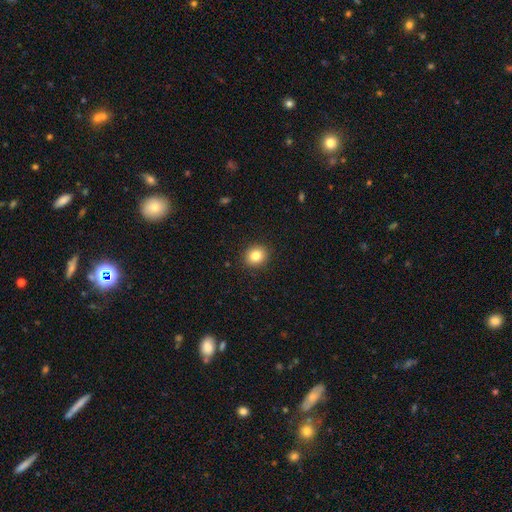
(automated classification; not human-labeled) Smooth or featured? Predicted: smooth (p=0.83). How rounded? Predicted: round (p=0.78). Merging? Predicted: none (p=0.92).